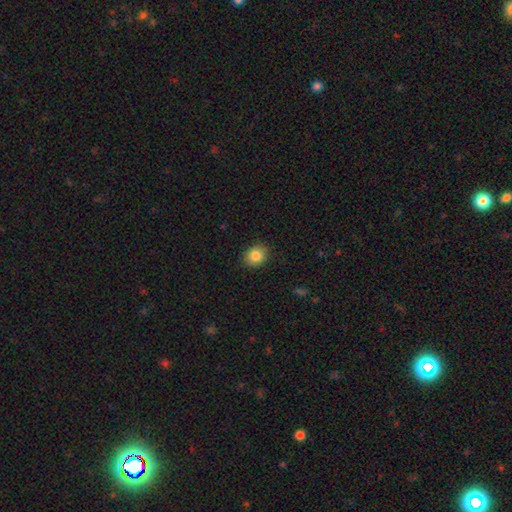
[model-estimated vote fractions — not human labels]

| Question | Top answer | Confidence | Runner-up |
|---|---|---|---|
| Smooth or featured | smooth | 85% | star or artifact (9%) |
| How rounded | round | 60% | in between (39%) |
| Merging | none | 88% | minor disturbance (9%) |